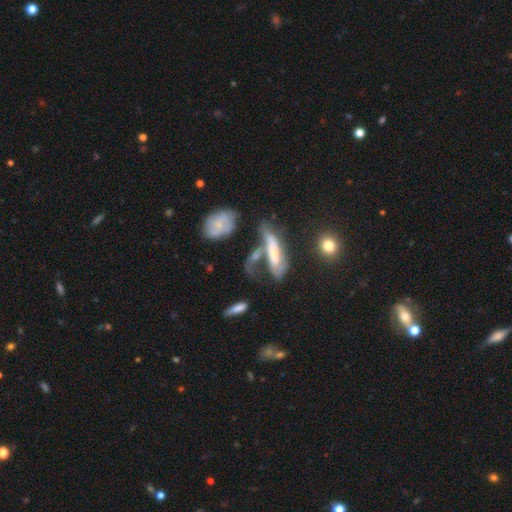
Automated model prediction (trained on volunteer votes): This is possibly a featured or disk galaxy (54%). It is likely not viewed edge-on (71%). Merging: marginally merger (33%).